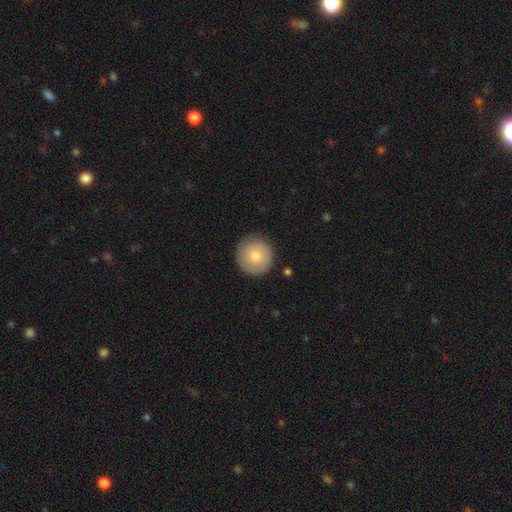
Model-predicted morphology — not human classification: Smooth or featured? smooth (71%)
How rounded? round (95%)
Merging? none (87%)